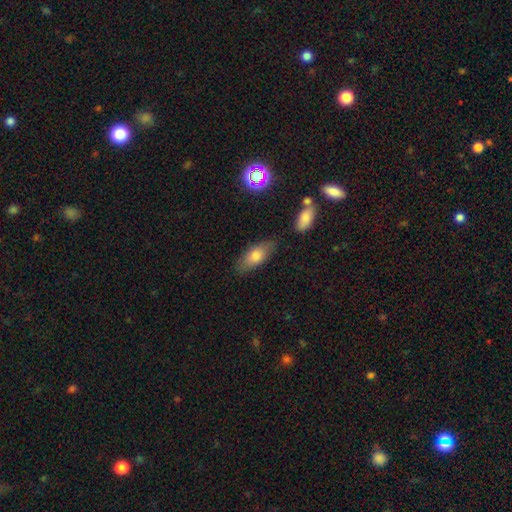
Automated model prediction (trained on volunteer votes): smooth 75%, featured or disk 17%, star or artifact 8%. Down the decision tree: how rounded — in between (78%); merging — none (78%).